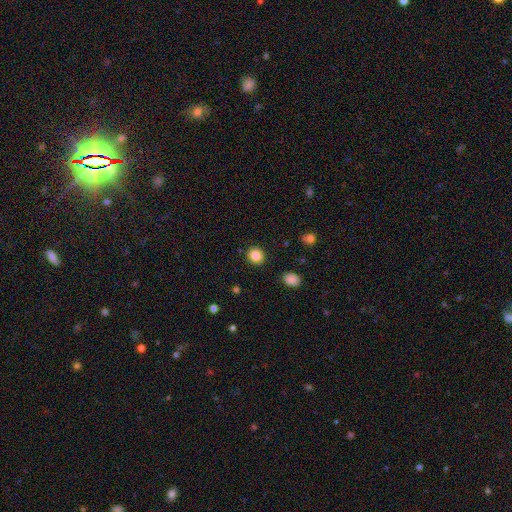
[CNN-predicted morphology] This appears to be a smooth galaxy with no disk features (85%) that is round (88%). Merging: none (90%).